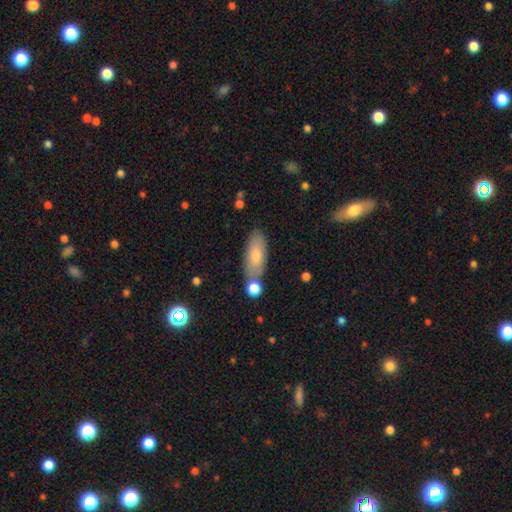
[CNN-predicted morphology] Smooth or featured? Predicted: smooth (p=0.78). How rounded? Predicted: in between (p=0.78). Merging? Predicted: none (p=0.71).